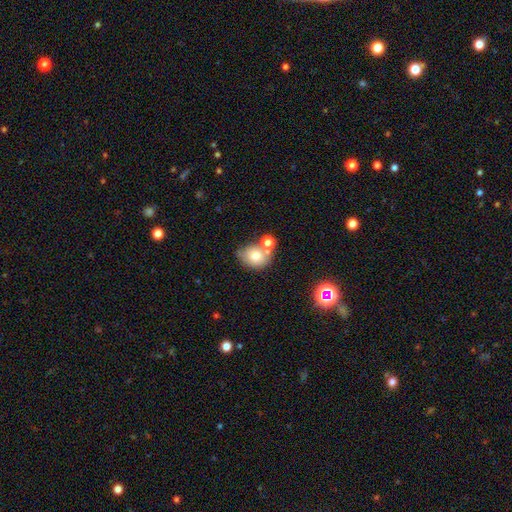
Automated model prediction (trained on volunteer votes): smooth_or_featured: smooth (p=0.72) [alt: featured or disk p=0.16]
how_rounded: round (p=0.58) [alt: in between p=0.41]
merging: none (p=0.51) [alt: merger p=0.30]